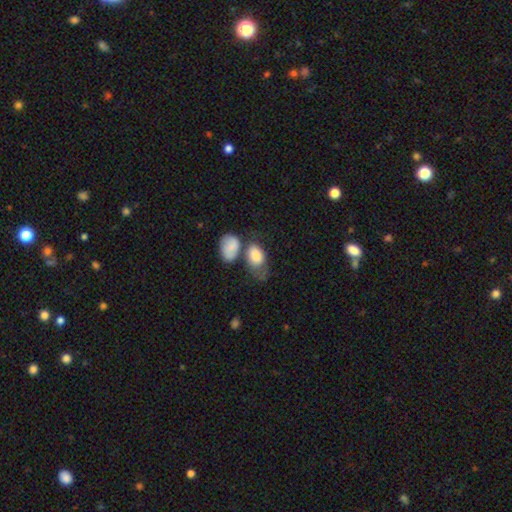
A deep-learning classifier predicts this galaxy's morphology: smooth 81%, featured or disk 13%, star or artifact 6%. Down the decision tree: how rounded — in between (88%); merging — none (29%).